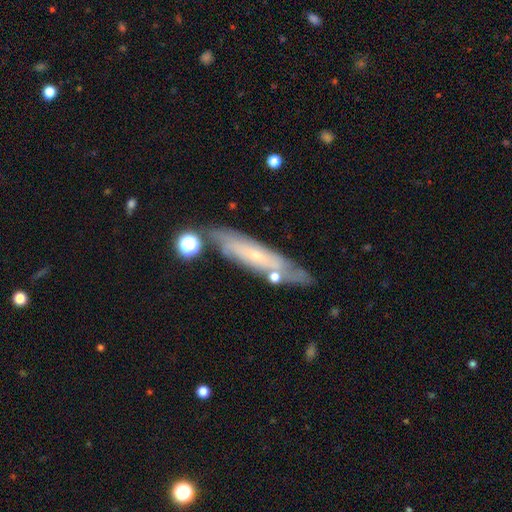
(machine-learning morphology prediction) Smooth or featured? Predicted: featured or disk (p=0.65). Edge-on disk? Predicted: no (p=0.55). Merging? Predicted: none (p=0.73).